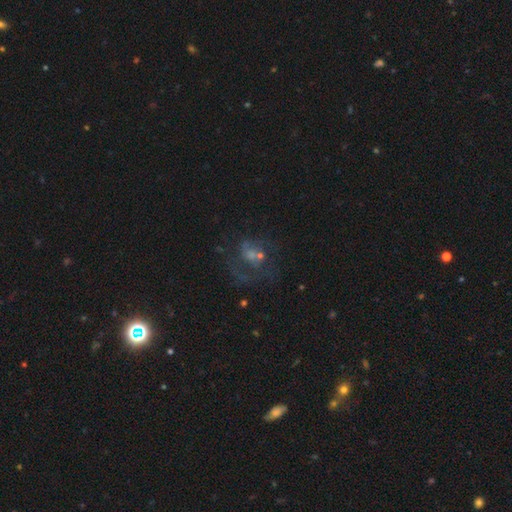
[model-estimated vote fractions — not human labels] Smooth or featured?
  - featured or disk: 49% *
  - smooth: 27%
  - star or artifact: 24%
Merging?
  - major disturbance: 34% *
  - none: 33%
  - merger: 19%
  - minor disturbance: 14%